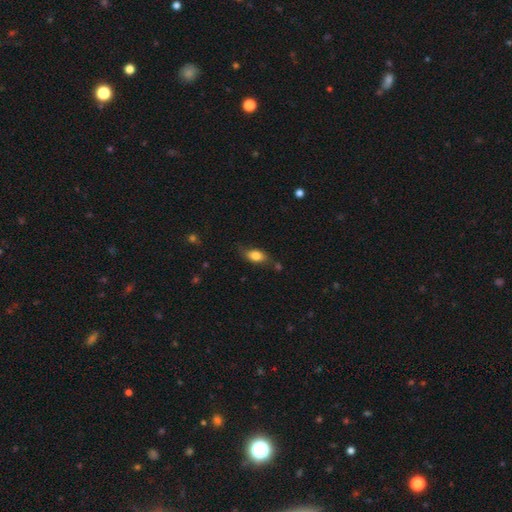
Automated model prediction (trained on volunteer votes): A smooth galaxy with no disk features (81%) that is in between round and cigar-shaped (86%). Merging: none (69%).